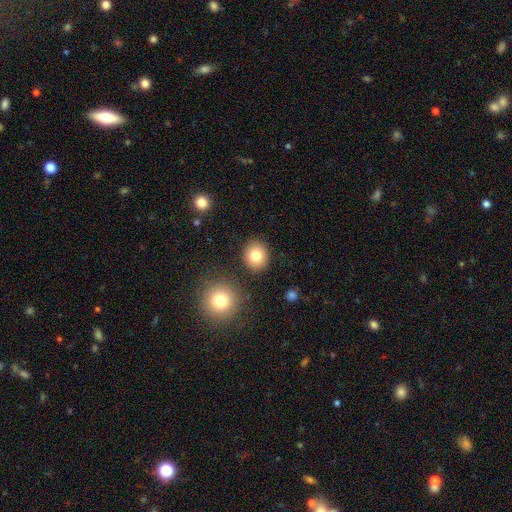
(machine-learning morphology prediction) This appears to be a smooth galaxy with no disk features (79%) that is round (79%). Merging: none (87%).